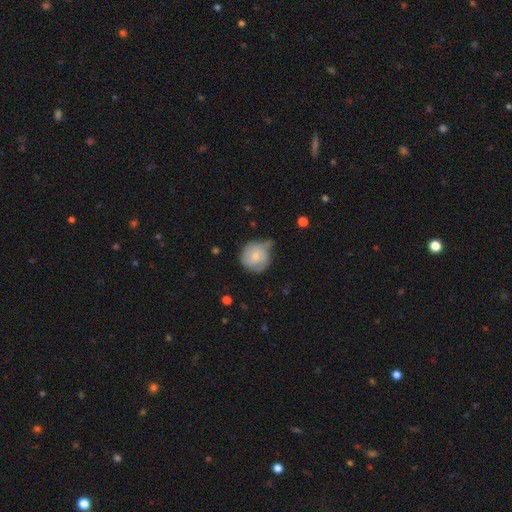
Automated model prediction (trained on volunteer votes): Q: Smooth or featured?
A: smooth (66%); runner-up: featured or disk (27%)
Q: How rounded?
A: round (90%); runner-up: in between (9%)
Q: Merging?
A: none (47%); runner-up: minor disturbance (37%)